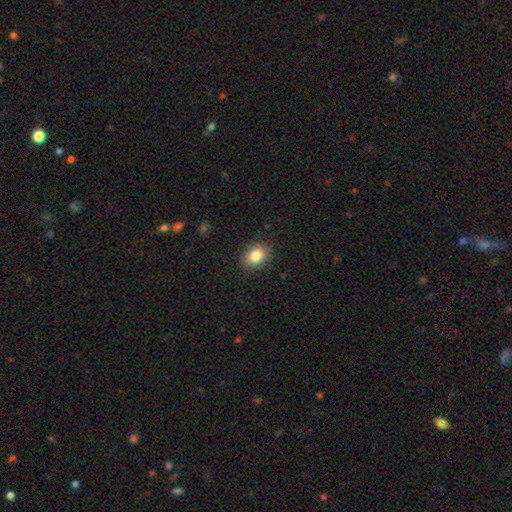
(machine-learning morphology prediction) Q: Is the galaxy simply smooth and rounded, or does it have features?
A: smooth — 84%.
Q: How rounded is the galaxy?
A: in between — 59%.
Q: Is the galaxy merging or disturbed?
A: none — 86%.